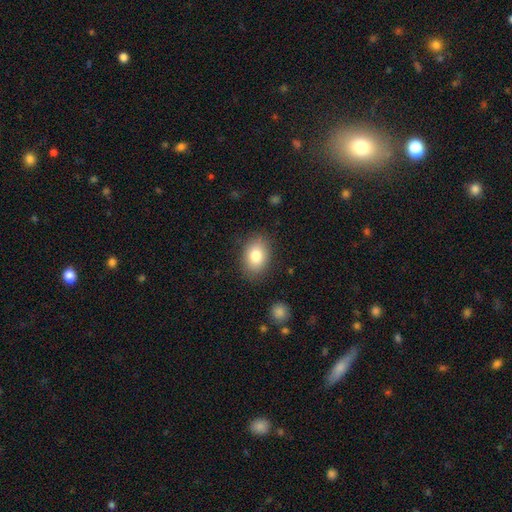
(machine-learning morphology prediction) type=smooth (82%); roundness=in between (75%); merging=none (84%).